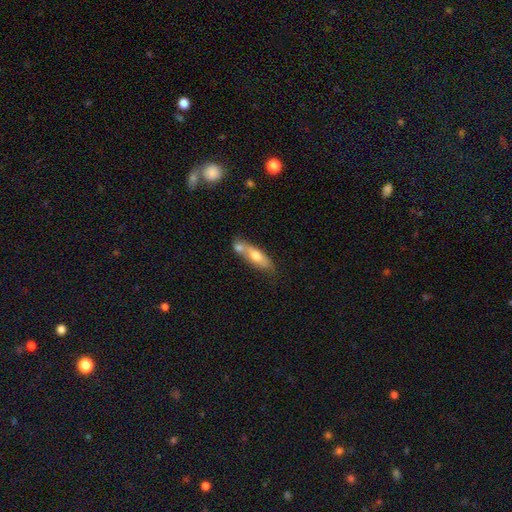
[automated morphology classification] Q: Smooth or featured?
A: smooth (63%); runner-up: featured or disk (30%)
Q: How rounded?
A: in between (53%); runner-up: cigar-shaped (44%)
Q: Merging?
A: merger (48%); runner-up: none (33%)